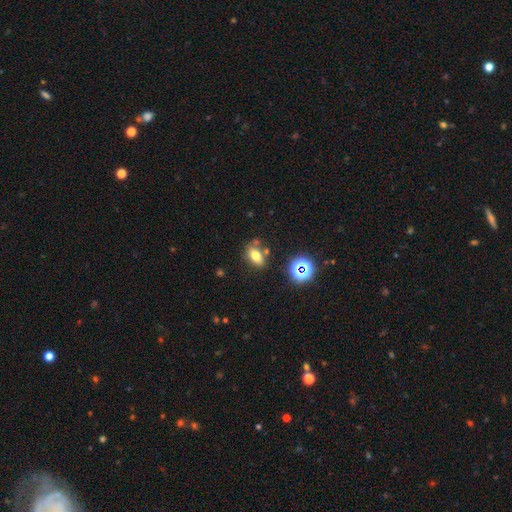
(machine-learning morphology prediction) A smooth galaxy with no disk features (69%) that is in between round and cigar-shaped (81%).

Vote fractions:
- Smooth or featured? smooth: 69% / star or artifact: 17% / featured or disk: 14%
- How rounded? in between: 81% / round: 15% / cigar-shaped: 4%
- Merging? none: 71% / minor disturbance: 14% / merger: 11% / major disturbance: 4%